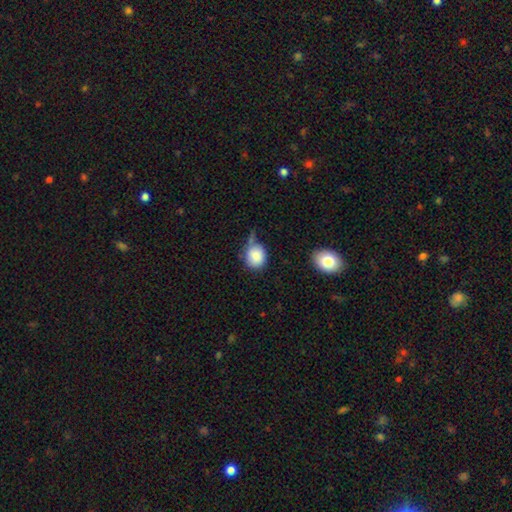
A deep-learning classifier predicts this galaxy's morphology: The model was most divided on "merging": none: 38%, minor disturbance: 34%, major disturbance: 17%, merger: 10%. More confident: smooth or featured — smooth (84%); how rounded — round (73%).